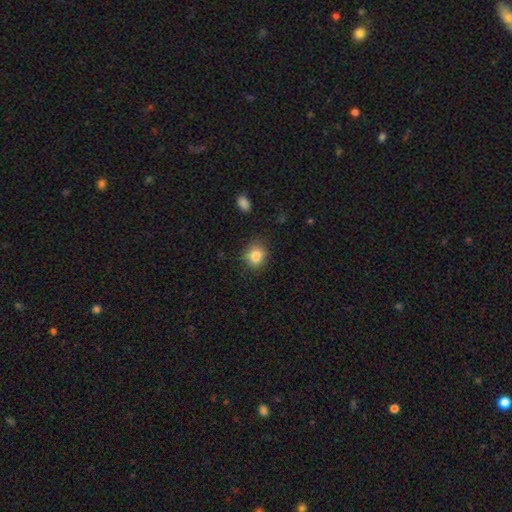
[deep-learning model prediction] Smooth or featured: smooth — 85% (star or artifact — 9%)
How rounded: round — 77% (in between — 22%)
Merging: none — 84% (minor disturbance — 12%)